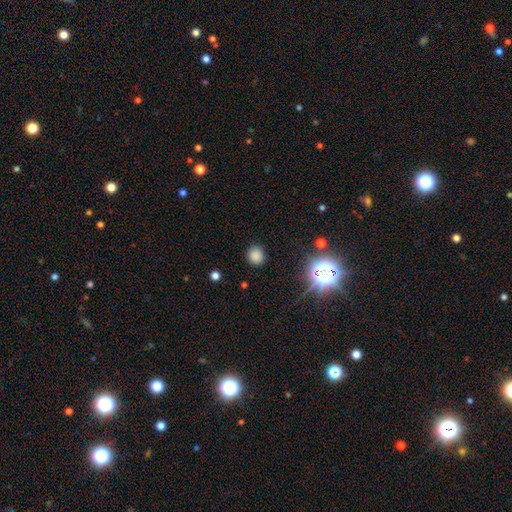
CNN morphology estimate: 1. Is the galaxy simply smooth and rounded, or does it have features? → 77% smooth, 18% star or artifact, 5% featured or disk.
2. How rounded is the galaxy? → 81% round, 18% in between, 1% cigar-shaped.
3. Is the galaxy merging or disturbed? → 87% none, 9% minor disturbance, 3% major disturbance, 1% merger.